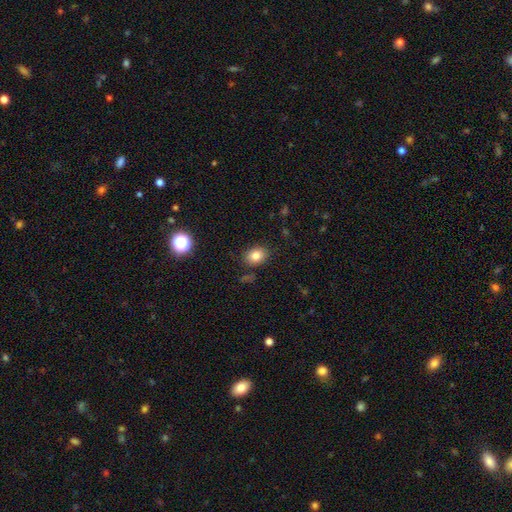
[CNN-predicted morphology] Smooth or featured? Predicted: smooth (p=0.81). How rounded? Predicted: in between (p=0.61). Merging? Predicted: none (p=0.85).